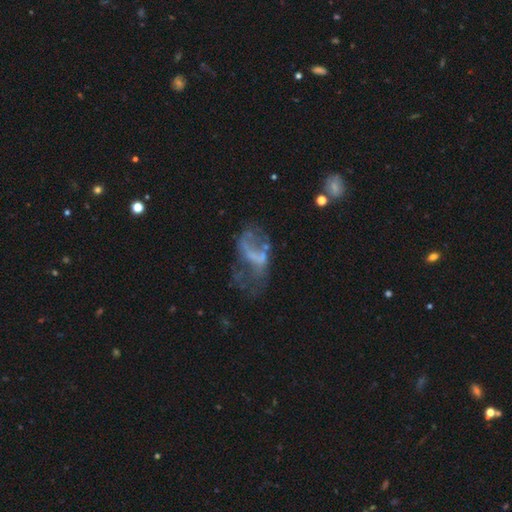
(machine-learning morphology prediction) smooth-or-featured: featured or disk: 60% | smooth: 25% | star or artifact: 15%
  disk-edge-on: no: 97% | yes: 3%
    bar: no: 66% | weak: 23% | strong: 11%
    has-spiral-arms: no: 75% | yes: 25%
    bulge-size: none: 69% | small: 17% | moderate: 10% | large: 3% | dominant: 1%
  merging: major disturbance: 43% | none: 29% | minor disturbance: 18% | merger: 11%